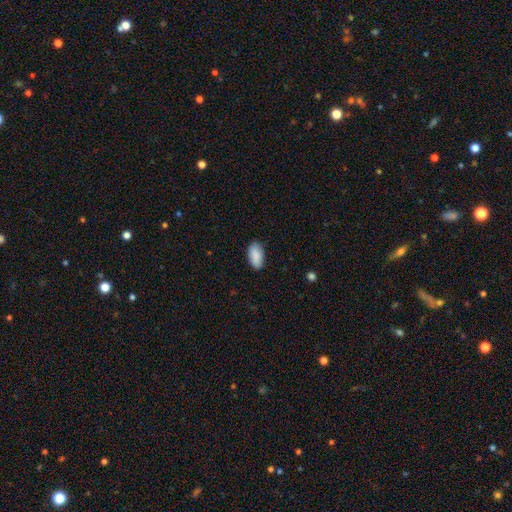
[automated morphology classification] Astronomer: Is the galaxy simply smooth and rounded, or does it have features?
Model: smooth — 89%.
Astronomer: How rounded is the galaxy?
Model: in between — 93%.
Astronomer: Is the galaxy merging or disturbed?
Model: none — 84%.